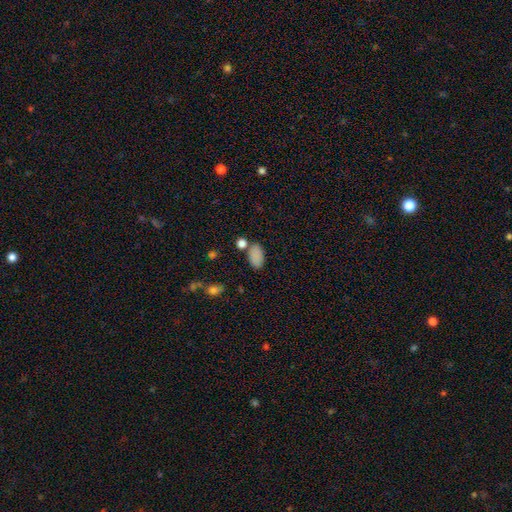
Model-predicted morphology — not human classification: Smooth or featured? smooth (85%)
How rounded? in between (92%)
Merging? none (70%)